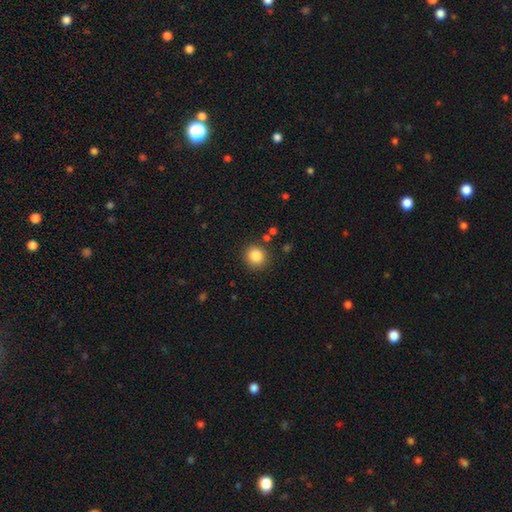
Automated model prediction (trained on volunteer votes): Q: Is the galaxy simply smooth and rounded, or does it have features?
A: smooth — 85%.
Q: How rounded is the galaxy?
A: round — 91%.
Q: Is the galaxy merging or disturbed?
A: none — 88%.